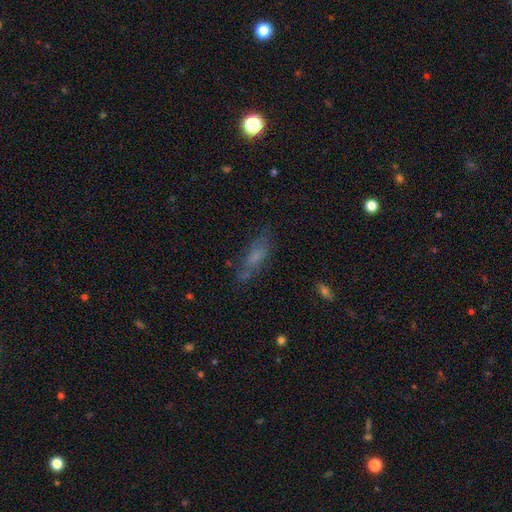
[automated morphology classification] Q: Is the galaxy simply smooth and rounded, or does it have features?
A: smooth — 57%.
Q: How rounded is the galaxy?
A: in between — 55%.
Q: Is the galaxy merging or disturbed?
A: none — 59%.